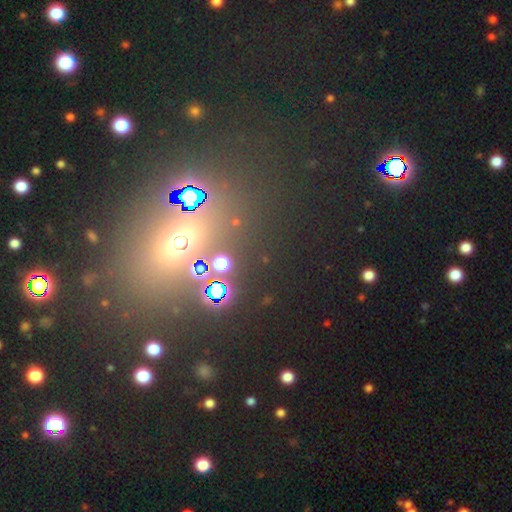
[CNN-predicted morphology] Overall: star or artifact (54%; smooth 32%).